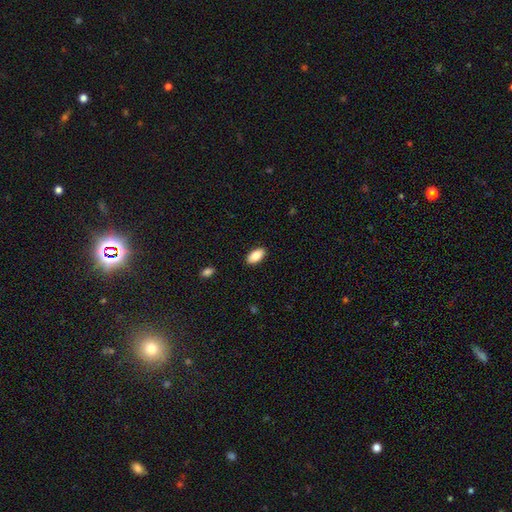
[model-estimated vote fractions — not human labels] The model was most divided on "smooth or featured": smooth: 88%, star or artifact: 7%, featured or disk: 6%. More confident: how rounded — in between (93%); merging — none (89%).